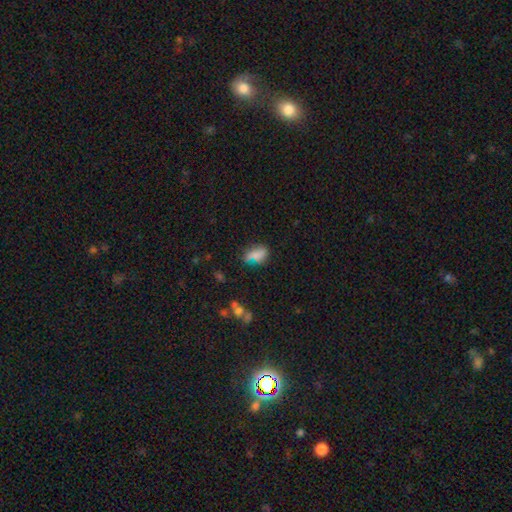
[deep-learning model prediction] The model was most divided on "merging": none: 53%, minor disturbance: 29%, major disturbance: 11%, merger: 7%. More confident: how rounded — in between (82%); smooth or featured — smooth (72%).